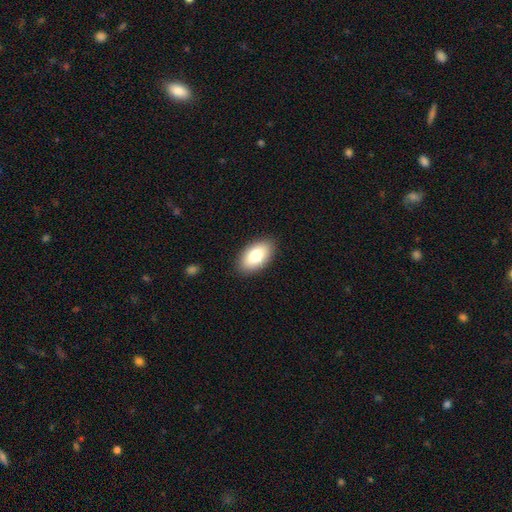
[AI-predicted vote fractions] A smooth galaxy with no disk features (79%) that is in between round and cigar-shaped (94%). Merging: none (89%).